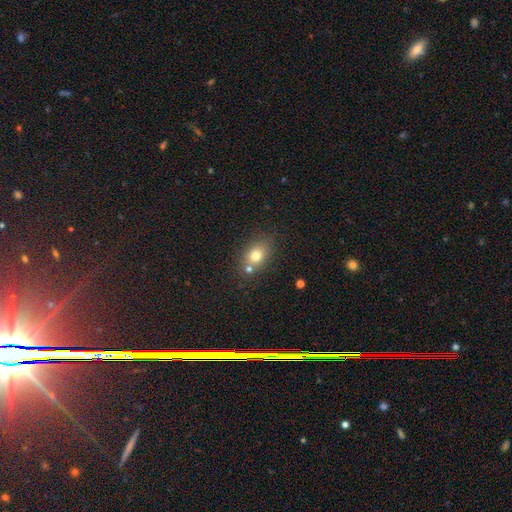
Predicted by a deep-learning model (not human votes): Q: Smooth or featured?
A: smooth (75%); runner-up: featured or disk (13%)
Q: How rounded?
A: in between (67%); runner-up: round (31%)
Q: Merging?
A: none (66%); runner-up: merger (17%)